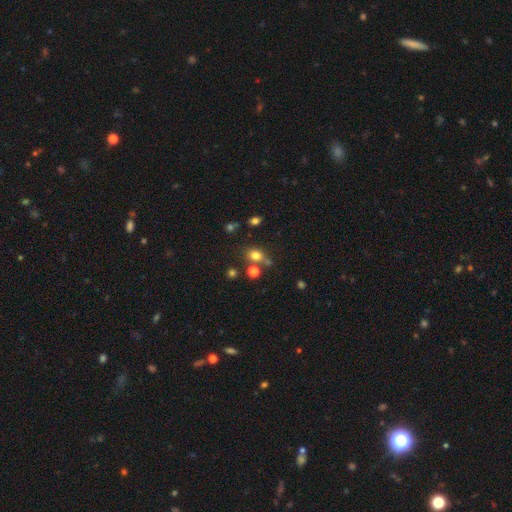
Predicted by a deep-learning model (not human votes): Smooth or featured? Predicted: smooth (p=0.74). How rounded? Predicted: round (p=0.62). Merging? Predicted: none (p=0.60).